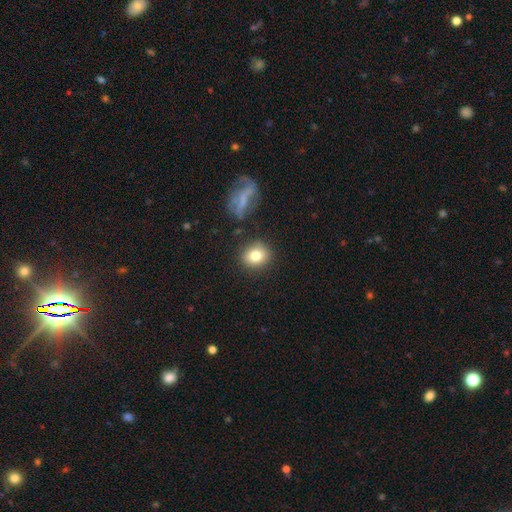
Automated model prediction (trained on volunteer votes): The model was most divided on "how rounded": round: 72%, in between: 27%, cigar-shaped: 1%. More confident: merging — none (84%); smooth or featured — smooth (78%).